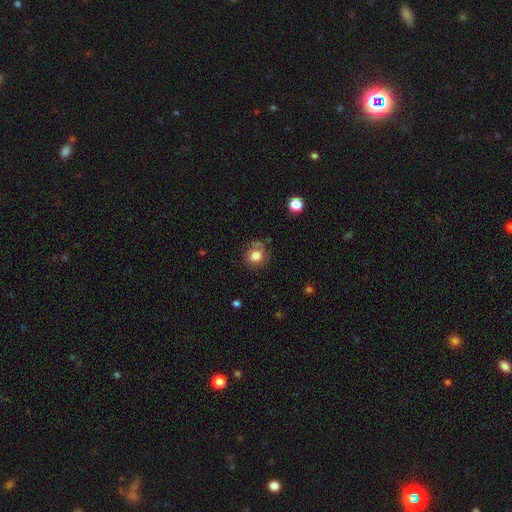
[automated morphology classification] Smooth or featured? Predicted: smooth (p=0.81). How rounded? Predicted: round (p=0.86). Merging? Predicted: none (p=0.71).